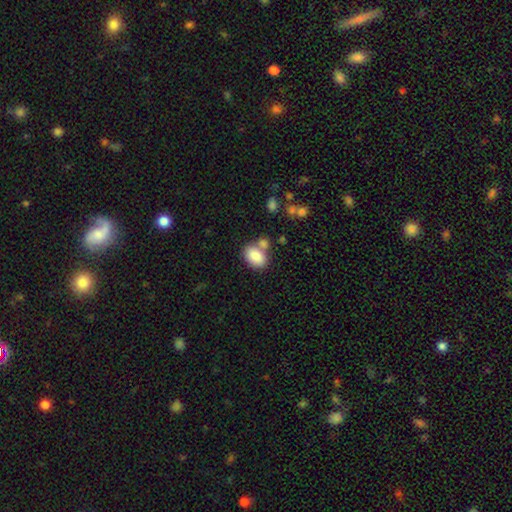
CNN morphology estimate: Q: Smooth or featured?
A: smooth (84%); runner-up: featured or disk (9%)
Q: How rounded?
A: in between (80%); runner-up: round (19%)
Q: Merging?
A: none (56%); runner-up: merger (26%)